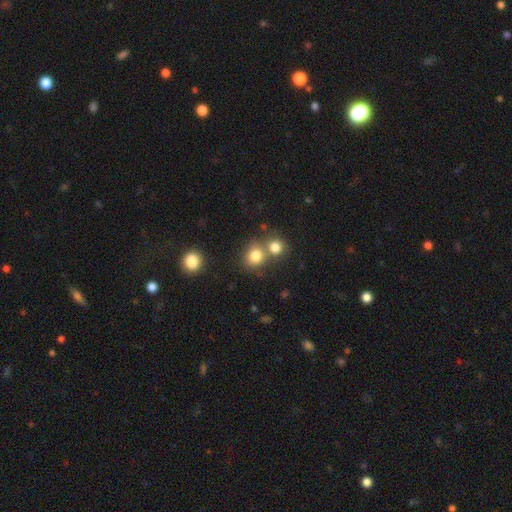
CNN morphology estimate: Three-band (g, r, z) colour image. It shows a smooth galaxy with no disk features (81%) that is round (78%). Merging: none (51%).